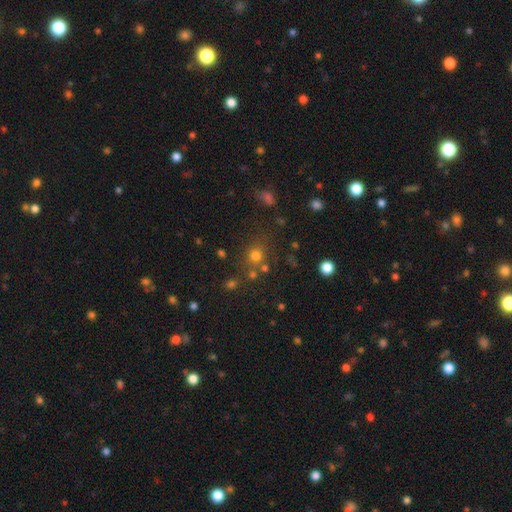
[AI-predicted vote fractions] Overall: smooth (71%). How rounded: round (85%). Merging: none (71%).